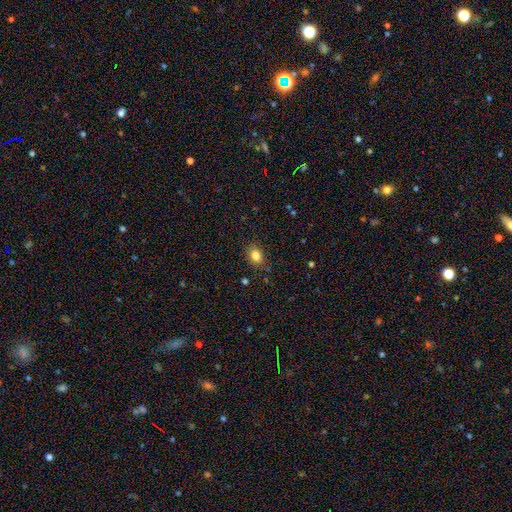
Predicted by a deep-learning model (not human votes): Smooth or featured?
  - smooth: 82% *
  - star or artifact: 11%
  - featured or disk: 7%
How rounded?
  - in between: 63% *
  - round: 36%
  - cigar-shaped: 1%
Merging?
  - none: 83% *
  - minor disturbance: 12%
  - major disturbance: 3%
  - merger: 2%